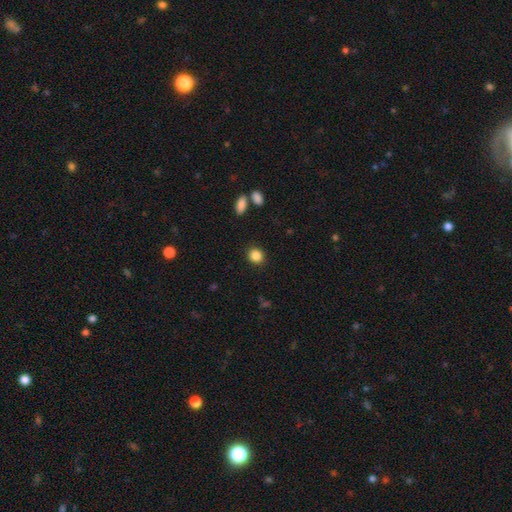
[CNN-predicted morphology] Q: Smooth or featured?
A: smooth (87%); runner-up: star or artifact (10%)
Q: How rounded?
A: round (81%); runner-up: in between (18%)
Q: Merging?
A: none (90%); runner-up: minor disturbance (6%)